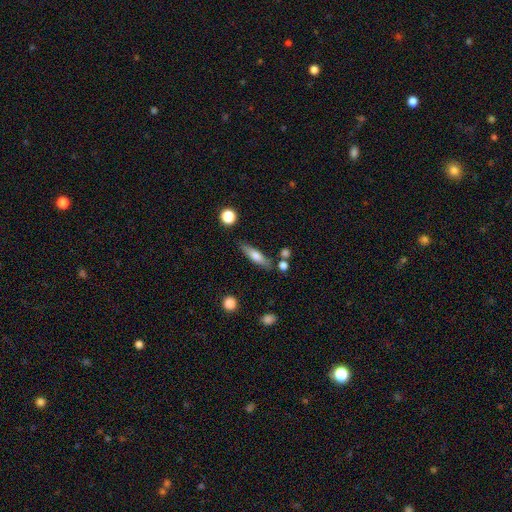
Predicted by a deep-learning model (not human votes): The model was most divided on "smooth or featured": smooth: 62%, featured or disk: 31%, star or artifact: 7%. More confident: merging — none (79%); how rounded — cigar-shaped (64%).